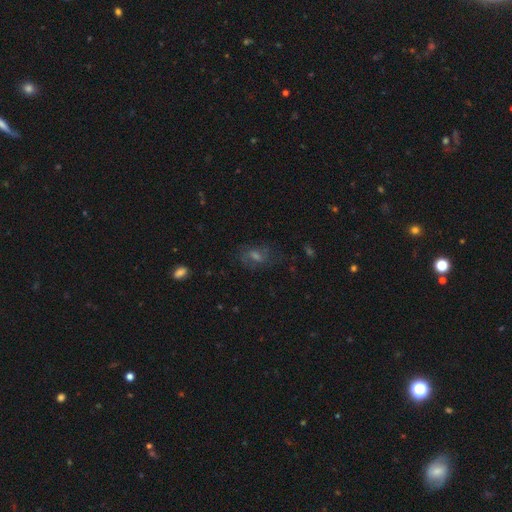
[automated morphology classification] Q: Smooth or featured?
A: featured or disk (38%); runner-up: smooth (33%)
Q: Merging?
A: none (69%); runner-up: minor disturbance (17%)